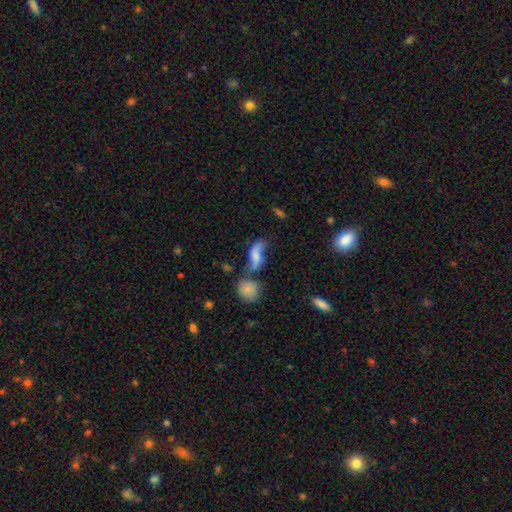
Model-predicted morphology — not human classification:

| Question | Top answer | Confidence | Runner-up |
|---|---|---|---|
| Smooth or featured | featured or disk | 55% | smooth (34%) |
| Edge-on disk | no | 89% | yes (11%) |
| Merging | none | 45% | minor disturbance (21%) |